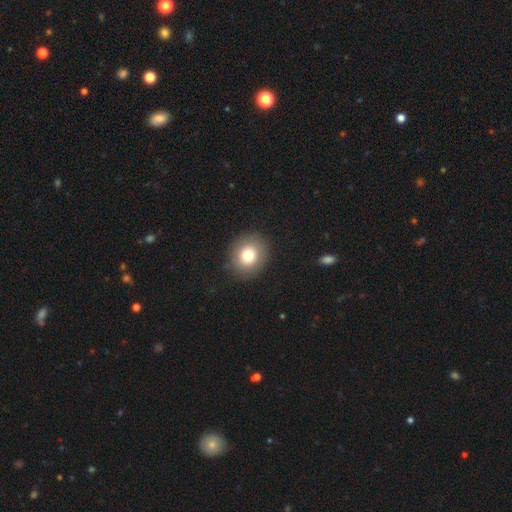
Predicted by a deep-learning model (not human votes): This appears to be a smooth galaxy with no disk features (71%) that is round (80%). Merging: none (91%).